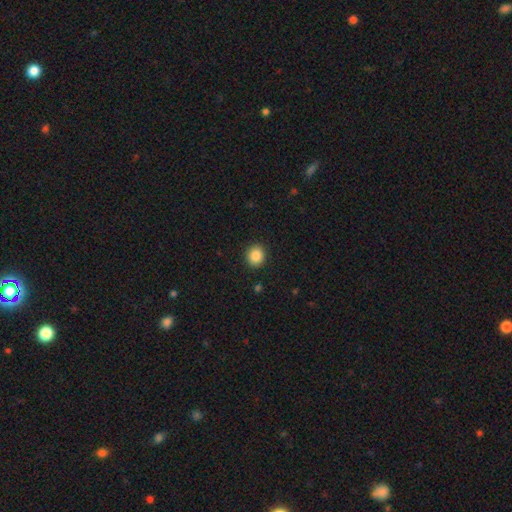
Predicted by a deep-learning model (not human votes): Smooth or featured?
  - smooth: 87% *
  - star or artifact: 9%
  - featured or disk: 4%
How rounded?
  - round: 80% *
  - in between: 19%
  - cigar-shaped: 1%
Merging?
  - none: 91% *
  - minor disturbance: 6%
  - major disturbance: 2%
  - merger: 1%